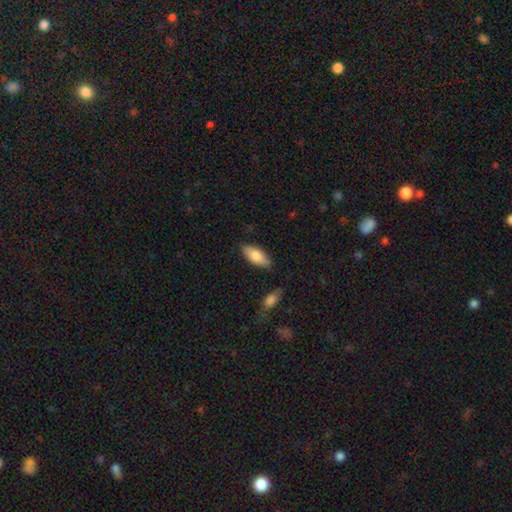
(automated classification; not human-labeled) Morphology: type=smooth (78%); roundness=in between (80%); merging=none (83%).